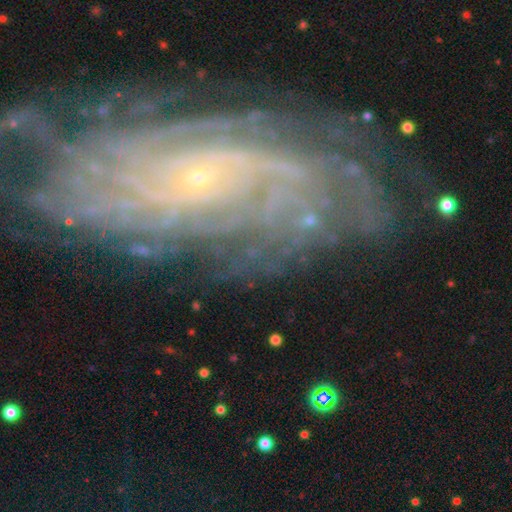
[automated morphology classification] type=featured or disk (86%); edge-on=no (94%); bar=no (67%); spiral arms=yes (96%); winding=tight (70%); arm count=can't tell (29%); bulge=small (88%); merging=none (73%).